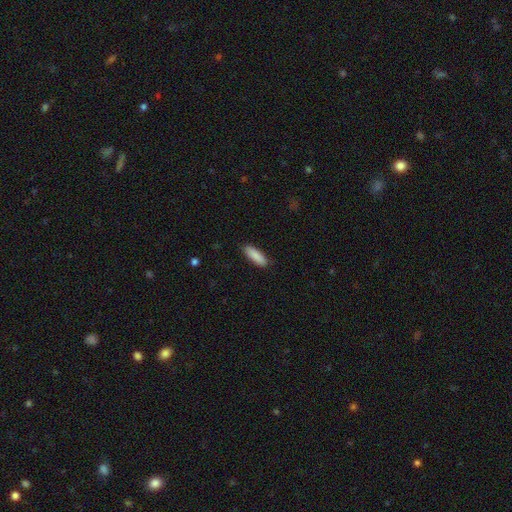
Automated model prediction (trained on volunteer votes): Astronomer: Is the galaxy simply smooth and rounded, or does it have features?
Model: smooth — 89%.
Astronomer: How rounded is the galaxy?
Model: in between — 55% (runner-up: cigar-shaped, 43%).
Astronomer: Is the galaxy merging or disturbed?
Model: none — 88%.